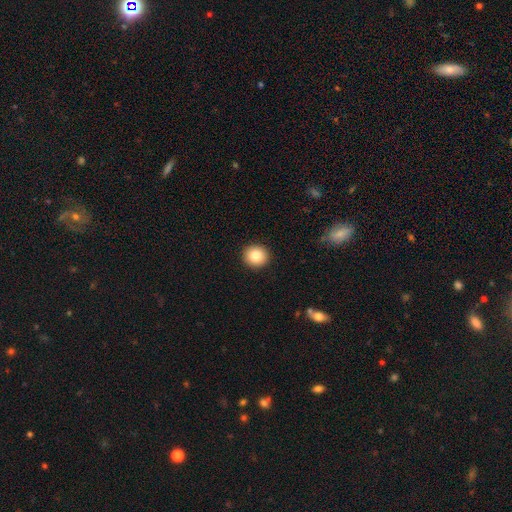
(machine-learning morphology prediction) Smooth or featured? smooth (83%)
How rounded? round (91%)
Merging? none (93%)